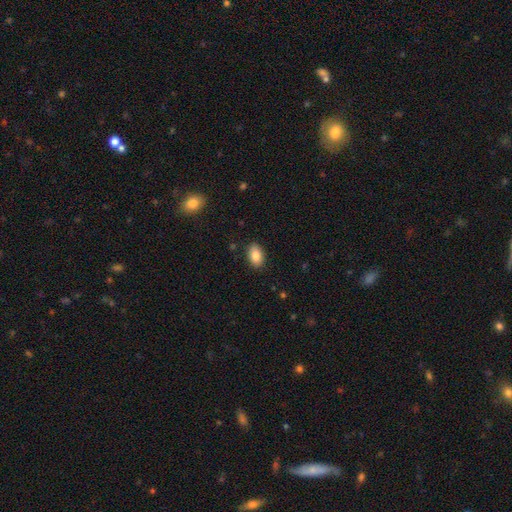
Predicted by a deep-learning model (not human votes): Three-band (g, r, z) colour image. It shows a smooth galaxy with no disk features (84%) that is in between round and cigar-shaped (90%). Merging: none (87%).